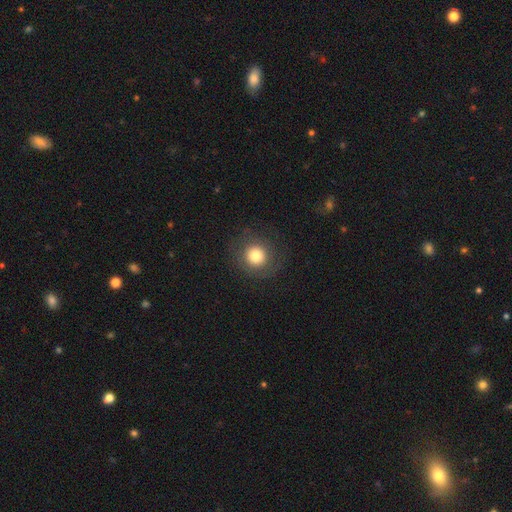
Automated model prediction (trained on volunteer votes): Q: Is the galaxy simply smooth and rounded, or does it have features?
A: smooth — 79%.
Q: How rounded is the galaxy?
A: round — 93%.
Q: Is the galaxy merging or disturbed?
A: none — 86%.